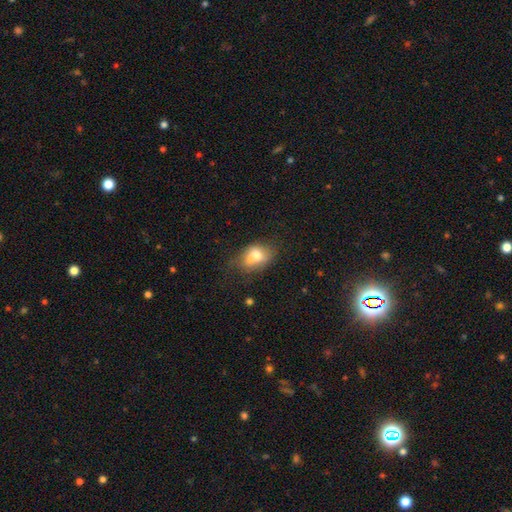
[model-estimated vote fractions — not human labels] Smooth or featured? Predicted: smooth (p=0.65). How rounded? Predicted: in between (p=0.64). Merging? Predicted: none (p=0.38).